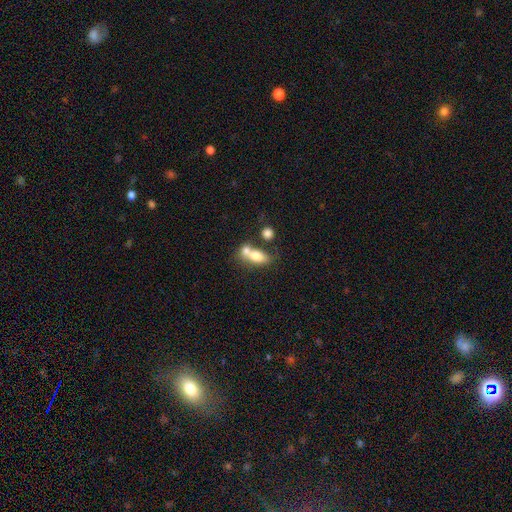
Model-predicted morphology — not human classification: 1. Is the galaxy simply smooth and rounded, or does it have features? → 71% smooth, 20% featured or disk, 9% star or artifact.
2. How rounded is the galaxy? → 76% in between, 17% round, 7% cigar-shaped.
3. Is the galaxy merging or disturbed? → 58% merger, 25% none, 10% minor disturbance, 7% major disturbance.